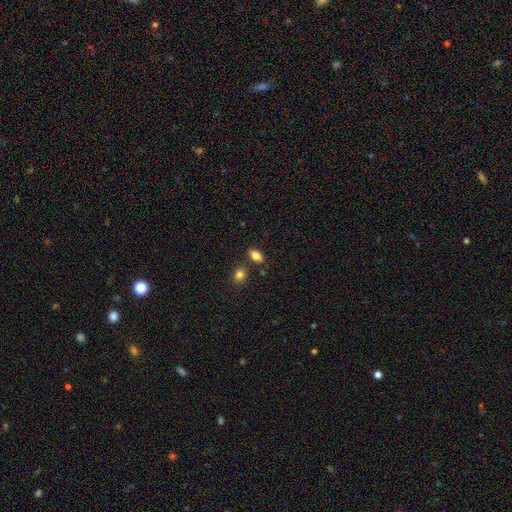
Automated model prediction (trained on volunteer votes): smooth 83%, featured or disk 9%, star or artifact 8%. Down the decision tree: how rounded — in between (89%); merging — none (78%).